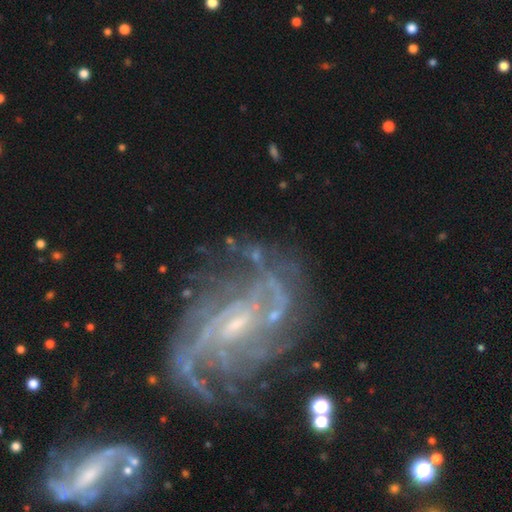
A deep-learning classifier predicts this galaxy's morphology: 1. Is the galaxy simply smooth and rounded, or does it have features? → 81% featured or disk, 11% star or artifact, 9% smooth.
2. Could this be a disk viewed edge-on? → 96% no, 4% yes.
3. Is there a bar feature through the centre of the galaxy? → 44% weak, 31% no, 25% strong.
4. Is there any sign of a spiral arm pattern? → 89% yes, 11% no.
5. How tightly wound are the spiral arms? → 49% tight, 37% medium, 14% loose.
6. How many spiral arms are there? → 34% can't tell, 22% 2, 17% 3, 11% 4, 8% more than 4, 8% 1.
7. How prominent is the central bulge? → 56% small, 28% moderate, 12% none, 3% large, 2% dominant.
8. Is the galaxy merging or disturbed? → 57% none, 19% major disturbance, 18% minor disturbance, 6% merger.